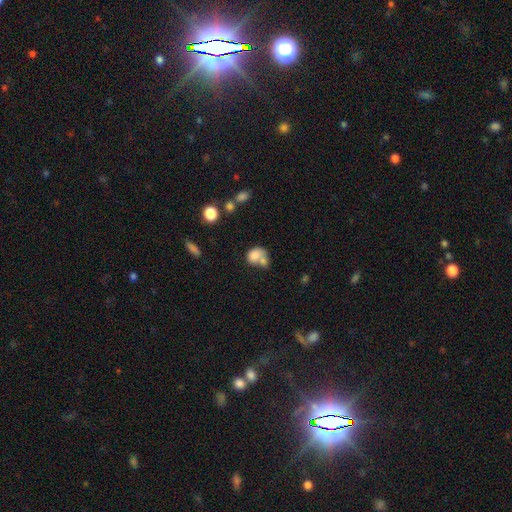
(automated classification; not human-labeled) Q: Smooth or featured?
A: smooth (76%); runner-up: featured or disk (15%)
Q: How rounded?
A: in between (52%); runner-up: round (47%)
Q: Merging?
A: merger (59%); runner-up: none (23%)